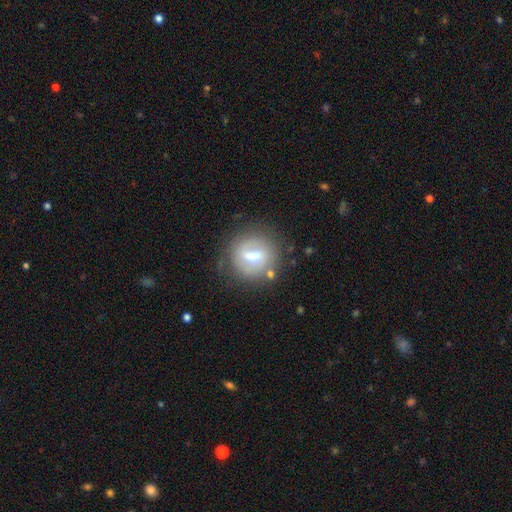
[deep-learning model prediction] featured or disk 58%, smooth 34%, star or artifact 8%. Down the decision tree: edge-on disk — no (96%); bar — weak (52%); spiral arms — yes (64%); bulge size — moderate (58%); merging — none (67%).